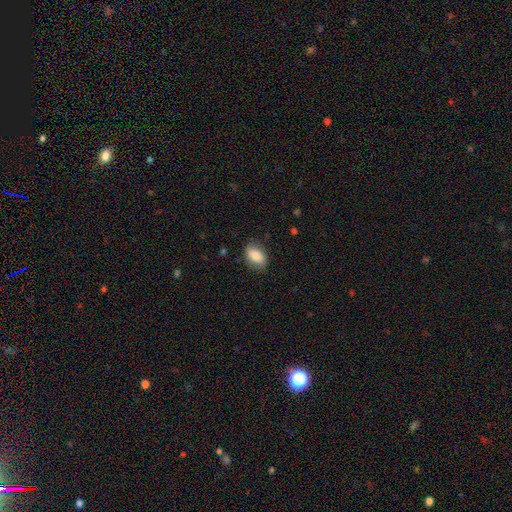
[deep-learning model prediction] Smooth or featured? smooth (82%)
How rounded? in between (88%)
Merging? none (80%)